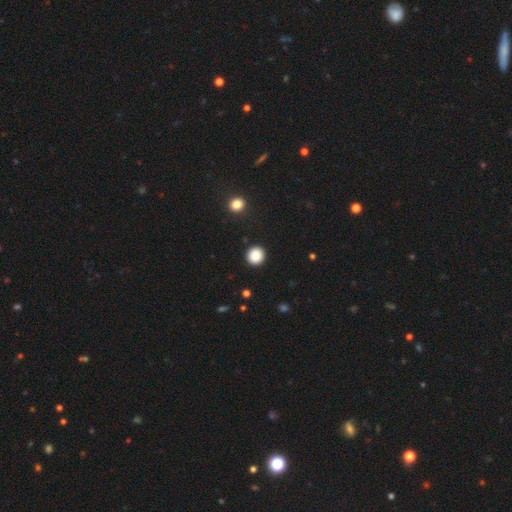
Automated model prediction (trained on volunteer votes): smooth-or-featured: smooth: 87% | star or artifact: 9% | featured or disk: 3%
  how-rounded: round: 92% | in between: 7% | cigar-shaped: 1%
  merging: none: 92% | minor disturbance: 5% | major disturbance: 2% | merger: 1%